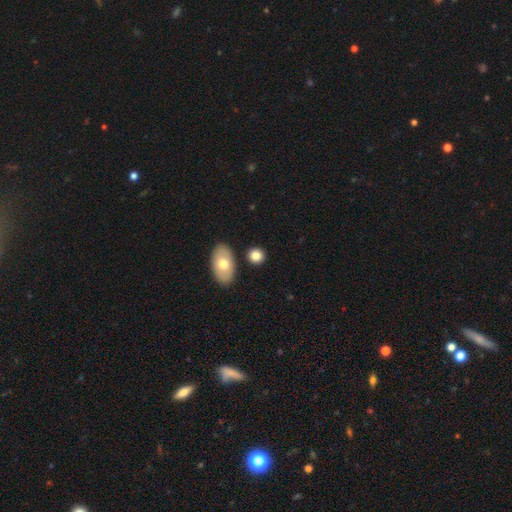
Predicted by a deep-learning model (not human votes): The model was most divided on "how rounded": round: 61%, in between: 37%, cigar-shaped: 2%. More confident: merging — none (82%); smooth or featured — smooth (80%).